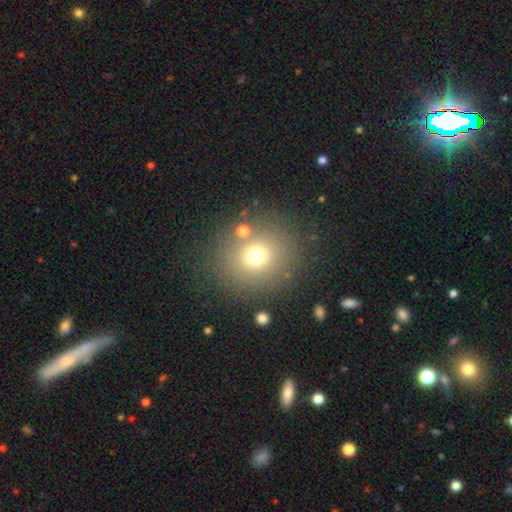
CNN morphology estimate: Overall: smooth (70%). How rounded: round (85%). Merging: none (80%).